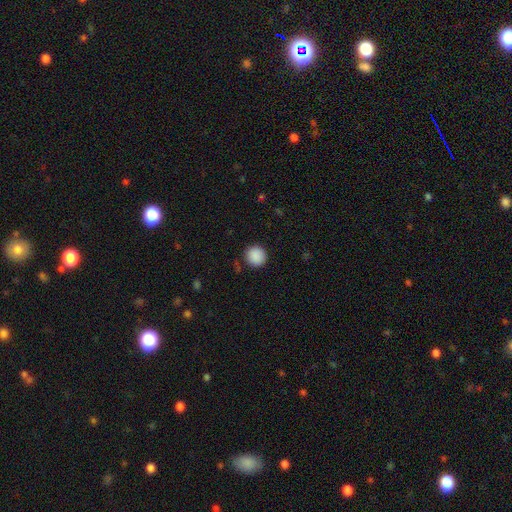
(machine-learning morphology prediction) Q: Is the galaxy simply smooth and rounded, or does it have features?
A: smooth — 89%.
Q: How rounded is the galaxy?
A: round — 93%.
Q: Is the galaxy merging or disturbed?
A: none — 89%.